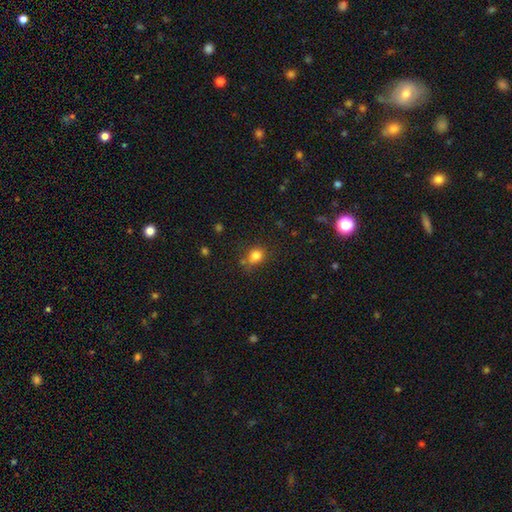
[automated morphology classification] Smooth or featured? smooth (80%)
How rounded? round (71%)
Merging? none (61%)